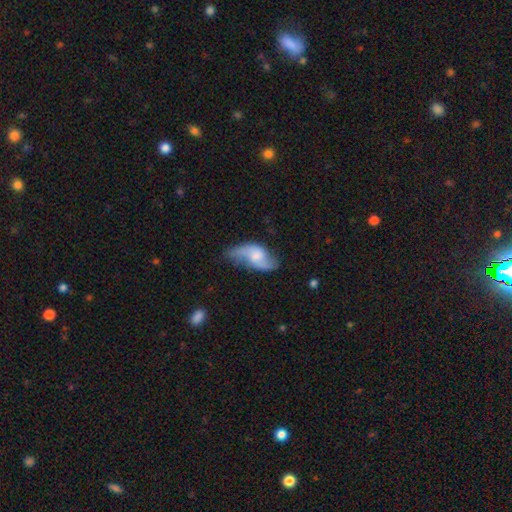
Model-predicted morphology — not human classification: Q: Smooth or featured?
A: featured or disk (67%); runner-up: smooth (26%)
Q: Edge-on disk?
A: no (94%); runner-up: yes (6%)
Q: Bar?
A: no (51%); runner-up: weak (41%)
Q: Spiral arms?
A: yes (91%); runner-up: no (9%)
Q: Spiral winding?
A: loose (68%); runner-up: medium (25%)
Q: Spiral arm count?
A: 2 (87%); runner-up: can't tell (6%)
Q: Bulge size?
A: moderate (36%); runner-up: small (29%)
Q: Merging?
A: none (54%); runner-up: minor disturbance (28%)